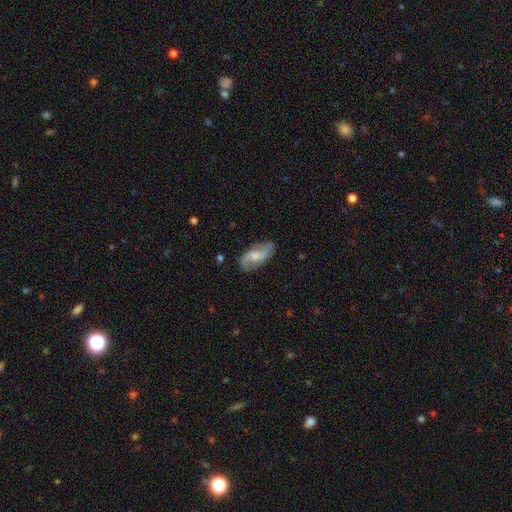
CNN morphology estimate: smooth-or-featured: featured or disk: 68% | smooth: 26% | star or artifact: 6%
  disk-edge-on: no: 95% | yes: 5%
    bar: weak: 46% | no: 44% | strong: 11%
    has-spiral-arms: yes: 93% | no: 7%
      spiral-winding: loose: 61% | medium: 30% | tight: 9%
      spiral-arm-count: 2: 90% | can't tell: 5% | 1: 2% | 3: 1% | 4: 1% | more than 4: 1%
    bulge-size: small: 39% | moderate: 36% | none: 18% | large: 6% | dominant: 1%
  merging: none: 77% | minor disturbance: 16% | major disturbance: 5% | merger: 2%